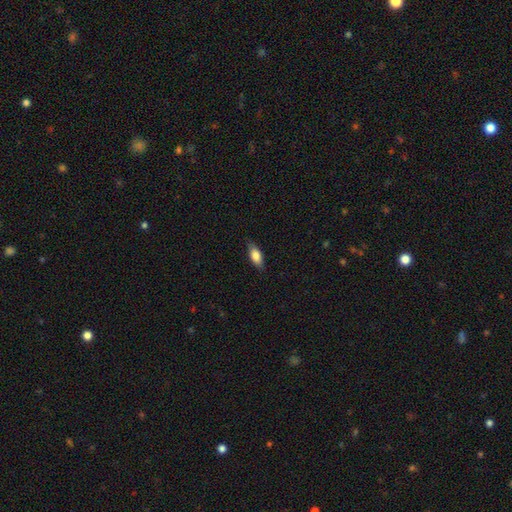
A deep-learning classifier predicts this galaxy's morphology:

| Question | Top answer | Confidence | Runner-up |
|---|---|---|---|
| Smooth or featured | smooth | 76% | featured or disk (17%) |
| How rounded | in between | 79% | cigar-shaped (18%) |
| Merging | none | 83% | minor disturbance (14%) |